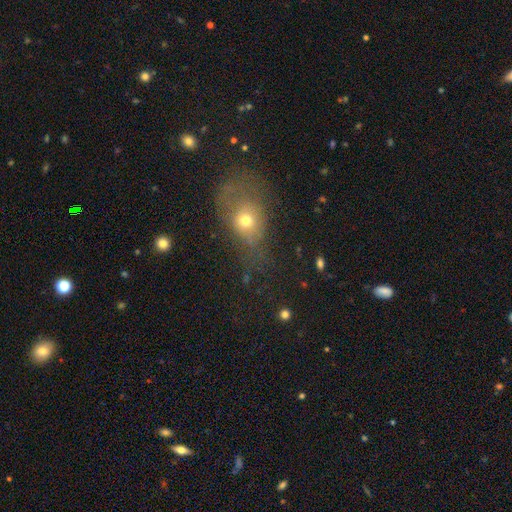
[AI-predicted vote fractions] A smooth galaxy with no disk features (52%) that is in between round and cigar-shaped (63%). Merging: none (49%).